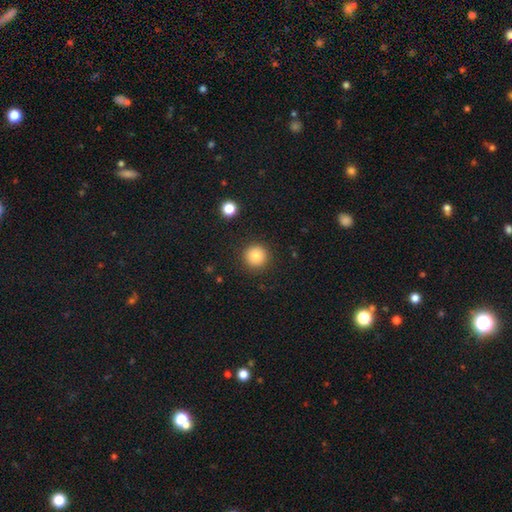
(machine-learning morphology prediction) A smooth galaxy with no disk features (84%) that is round (95%). Merging: none (90%).